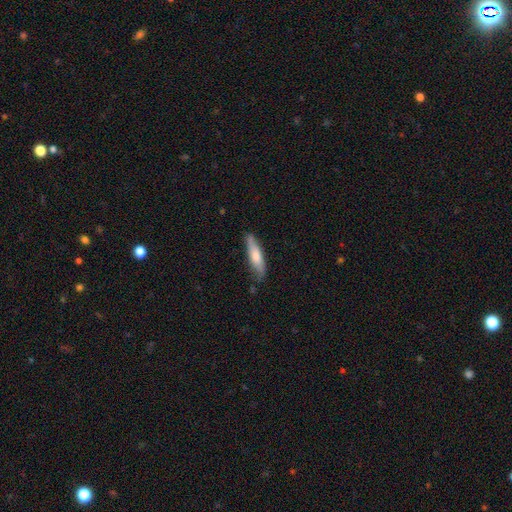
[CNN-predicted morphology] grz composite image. It shows a smooth galaxy with no disk features (68%) that is cigar-shaped (77%). Merging: none (77%).